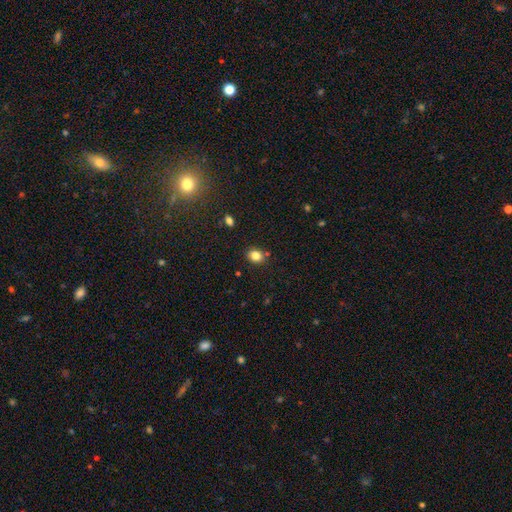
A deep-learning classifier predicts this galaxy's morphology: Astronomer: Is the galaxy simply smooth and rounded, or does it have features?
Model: smooth — 83%.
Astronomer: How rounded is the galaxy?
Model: round — 53% (runner-up: in between, 46%).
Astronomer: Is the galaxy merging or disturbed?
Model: none — 83%.